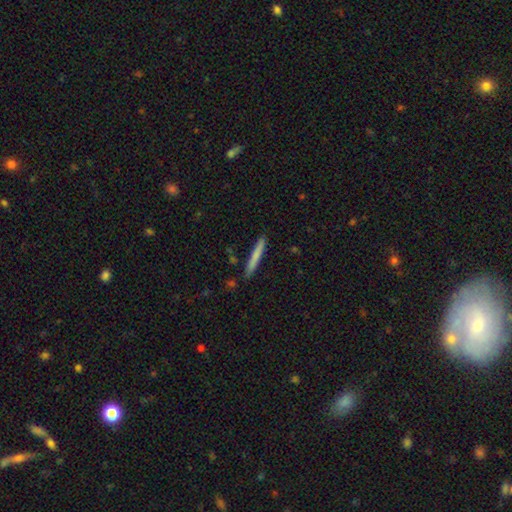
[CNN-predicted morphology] This appears to be a smooth galaxy with no disk features (72%) that is cigar-shaped (96%). Merging: none (87%).